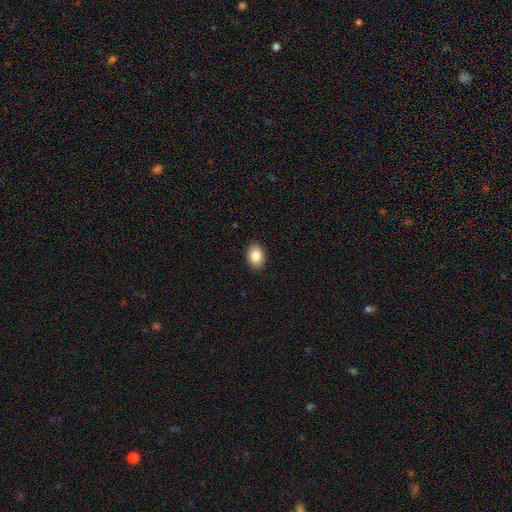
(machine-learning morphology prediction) A smooth galaxy with no disk features (86%) that is in between round and cigar-shaped (78%).

Vote fractions:
- Smooth or featured? smooth: 86% / star or artifact: 8% / featured or disk: 6%
- How rounded? in between: 78% / round: 21% / cigar-shaped: 1%
- Merging? none: 89% / minor disturbance: 8% / major disturbance: 2% / merger: 1%